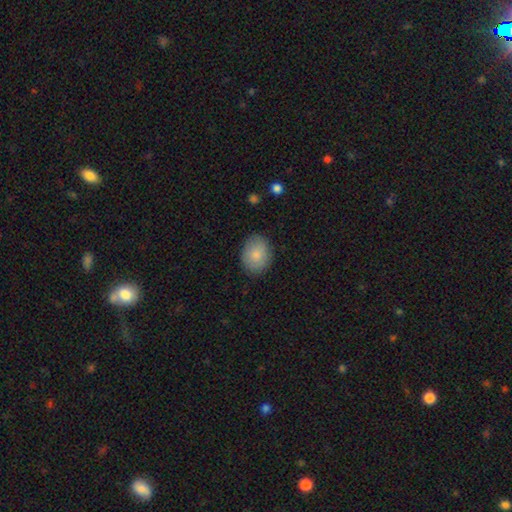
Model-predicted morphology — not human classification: smooth 84%, featured or disk 10%, star or artifact 6%. Down the decision tree: how rounded — in between (65%); merging — none (83%).